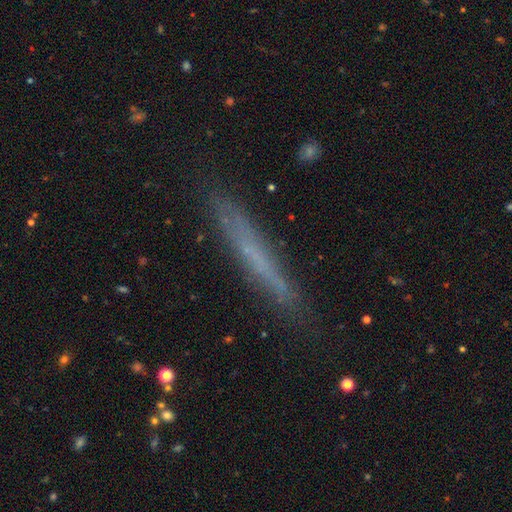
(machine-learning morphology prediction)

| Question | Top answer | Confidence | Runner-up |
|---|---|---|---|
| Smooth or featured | smooth | 49% | featured or disk (42%) |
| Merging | none | 84% | minor disturbance (12%) |